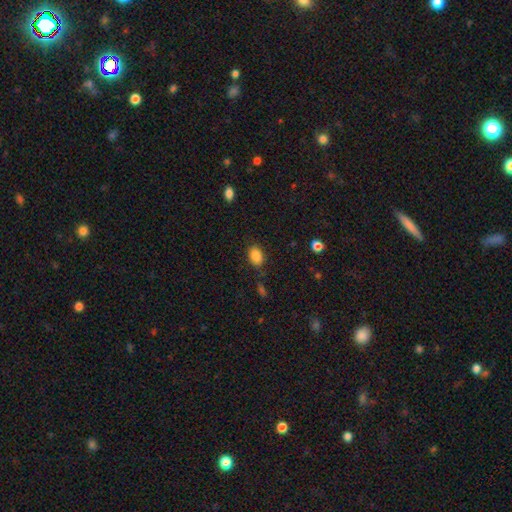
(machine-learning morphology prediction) smooth_or_featured: smooth (p=0.87) [alt: star or artifact p=0.09]
how_rounded: in between (p=0.85) [alt: round p=0.13]
merging: none (p=0.79) [alt: minor disturbance p=0.14]